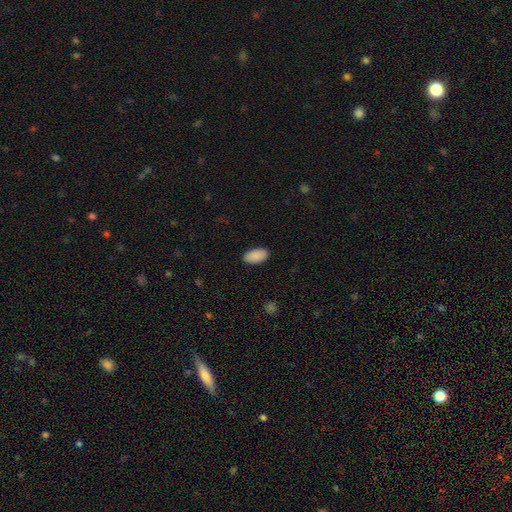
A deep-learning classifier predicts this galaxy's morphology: Q: Smooth or featured?
A: smooth (91%); runner-up: star or artifact (6%)
Q: How rounded?
A: in between (95%); runner-up: round (3%)
Q: Merging?
A: none (89%); runner-up: minor disturbance (8%)